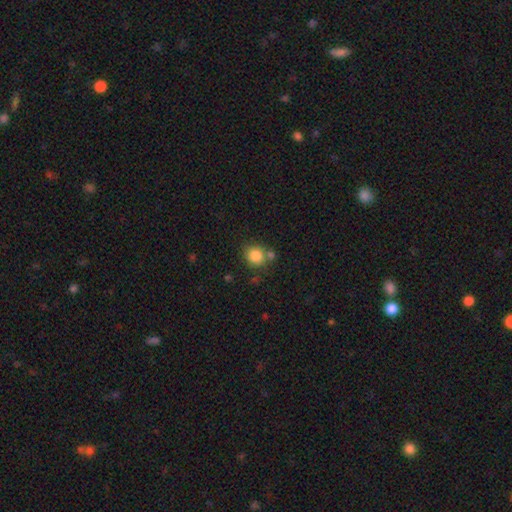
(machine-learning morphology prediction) The model was most divided on "merging": none: 68%, merger: 16%, minor disturbance: 12%, major disturbance: 4%. More confident: smooth or featured — smooth (84%); how rounded — round (82%).